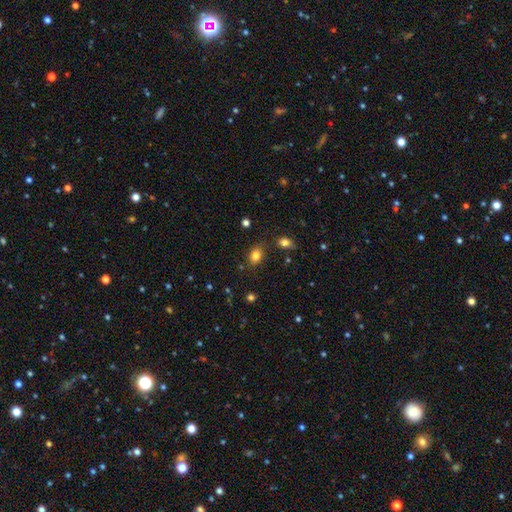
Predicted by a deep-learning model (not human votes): A smooth galaxy with no disk features (81%) that is in between round and cigar-shaped (70%).

Vote fractions:
- Smooth or featured? smooth: 81% / star or artifact: 12% / featured or disk: 7%
- How rounded? in between: 70% / round: 28% / cigar-shaped: 1%
- Merging? none: 79% / minor disturbance: 13% / merger: 5% / major disturbance: 3%